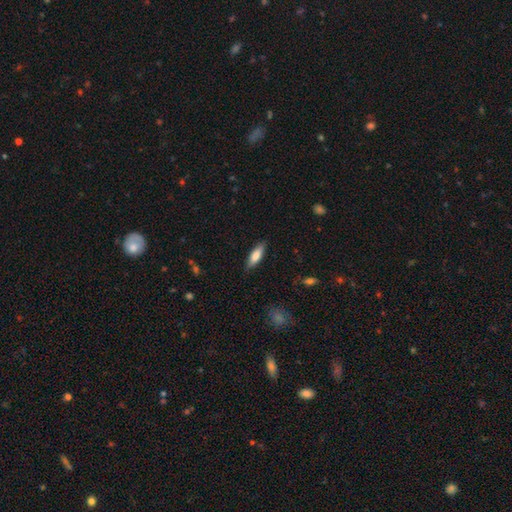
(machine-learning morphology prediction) smooth_or_featured: smooth (p=0.77) [alt: featured or disk p=0.17]
how_rounded: in between (p=0.50) [alt: cigar-shaped p=0.48]
merging: none (p=0.86) [alt: minor disturbance p=0.11]